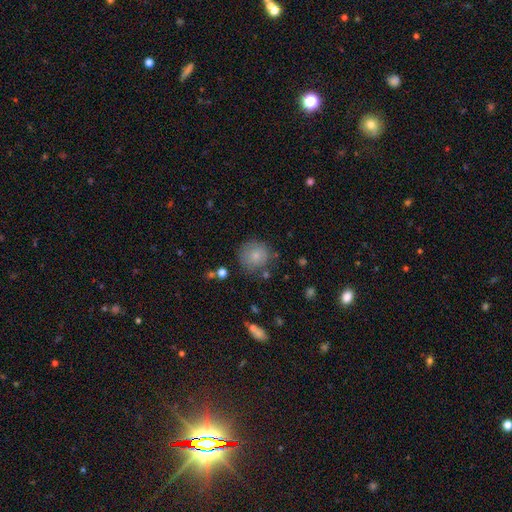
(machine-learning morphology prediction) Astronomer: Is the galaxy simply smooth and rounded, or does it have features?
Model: smooth — 80%.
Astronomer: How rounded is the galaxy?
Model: round — 92%.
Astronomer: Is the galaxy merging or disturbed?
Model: none — 76%.